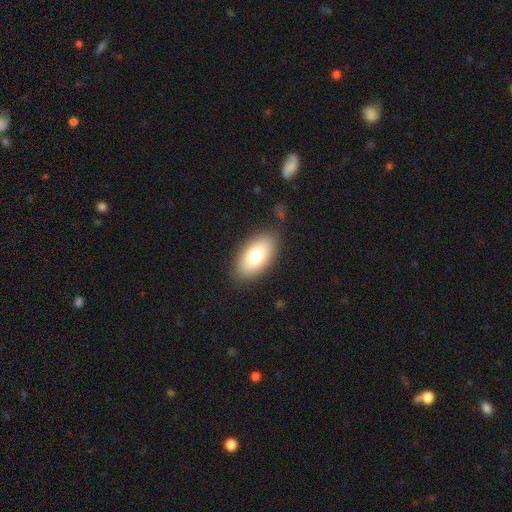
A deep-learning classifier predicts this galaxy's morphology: smooth-or-featured: smooth: 77% | featured or disk: 16% | star or artifact: 7%
  how-rounded: in between: 94% | round: 4% | cigar-shaped: 2%
  merging: none: 85% | minor disturbance: 10% | major disturbance: 3% | merger: 1%